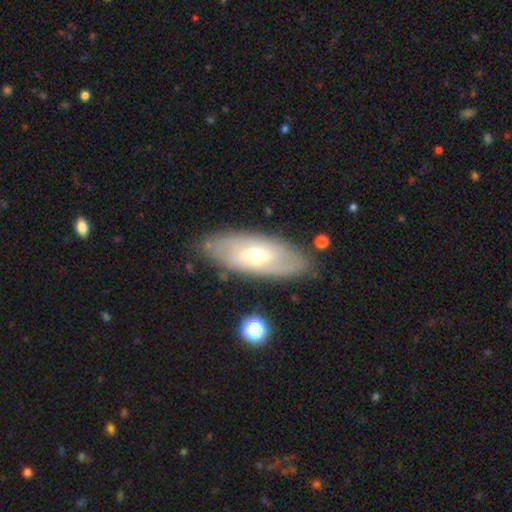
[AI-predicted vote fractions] Morphology: type=featured or disk (58%); edge-on=no (82%); merging=none (81%).